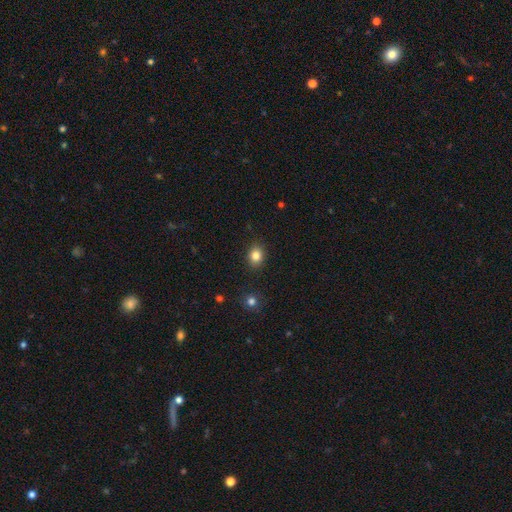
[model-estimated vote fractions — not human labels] Smooth or featured? smooth (83%)
How rounded? in between (50%)
Merging? none (89%)